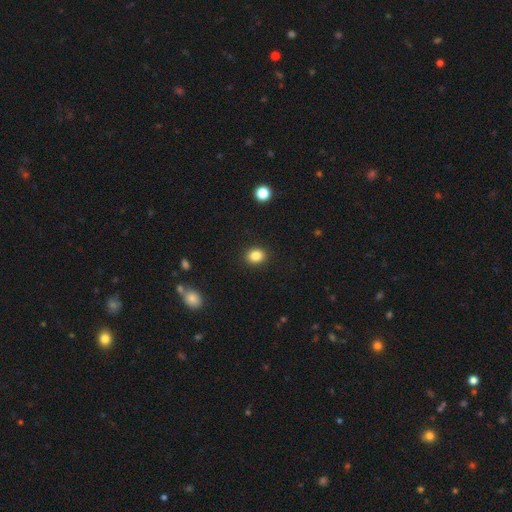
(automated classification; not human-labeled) This appears to be a smooth galaxy with no disk features (85%) that is round (58%). Merging: none (90%).